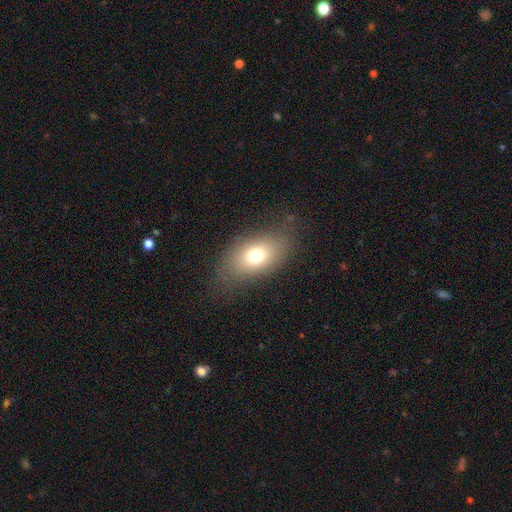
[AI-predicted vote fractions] Smooth or featured? smooth (71%)
How rounded? in between (84%)
Merging? none (78%)